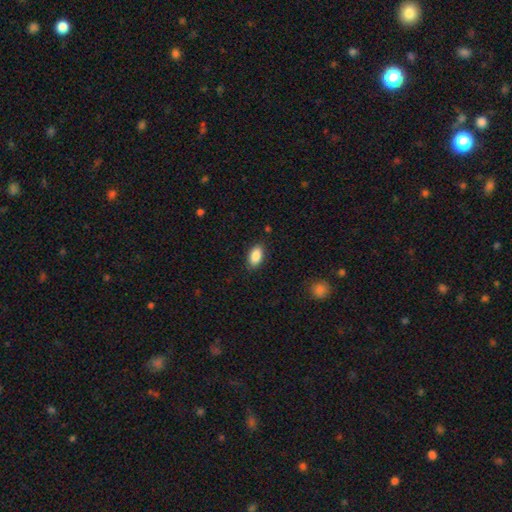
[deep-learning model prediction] smooth 88%, star or artifact 7%, featured or disk 5%. Down the decision tree: how rounded — in between (92%); merging — none (87%).